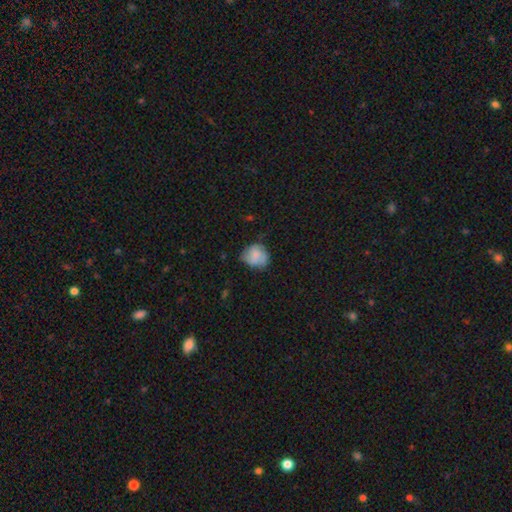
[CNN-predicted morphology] Smooth or featured: smooth — 64% (featured or disk — 28%)
How rounded: round — 70% (in between — 29%)
Merging: none — 55% (minor disturbance — 32%)